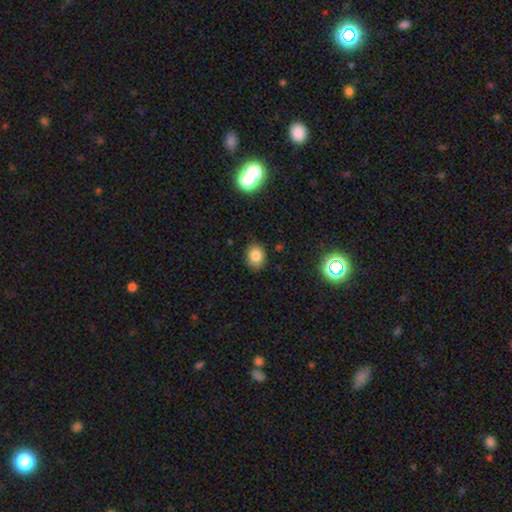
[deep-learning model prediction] Smooth or featured? smooth (81%)
How rounded? round (54%)
Merging? none (87%)